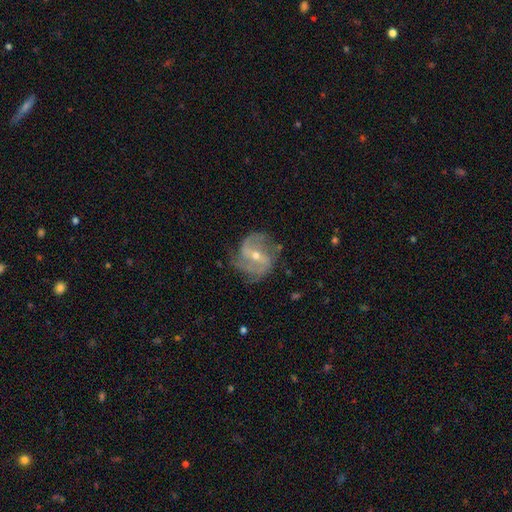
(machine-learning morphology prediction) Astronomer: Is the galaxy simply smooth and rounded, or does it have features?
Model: featured or disk — 87%.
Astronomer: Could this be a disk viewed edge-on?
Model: no — 97%.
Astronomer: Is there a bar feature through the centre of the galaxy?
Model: weak — 43% (runner-up: strong, 36%).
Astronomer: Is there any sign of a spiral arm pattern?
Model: yes — 95%.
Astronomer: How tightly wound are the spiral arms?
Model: medium — 48% (runner-up: loose, 29%).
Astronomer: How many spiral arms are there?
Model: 2 — 60%.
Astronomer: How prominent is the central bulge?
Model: small — 52% (runner-up: moderate, 45%).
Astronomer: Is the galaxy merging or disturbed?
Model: none — 71%.